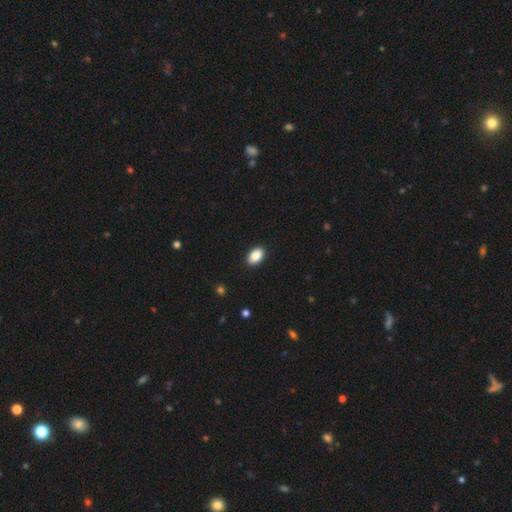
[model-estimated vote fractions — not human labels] A smooth galaxy with no disk features (88%) that is in between round and cigar-shaped (91%). Merging: none (90%).